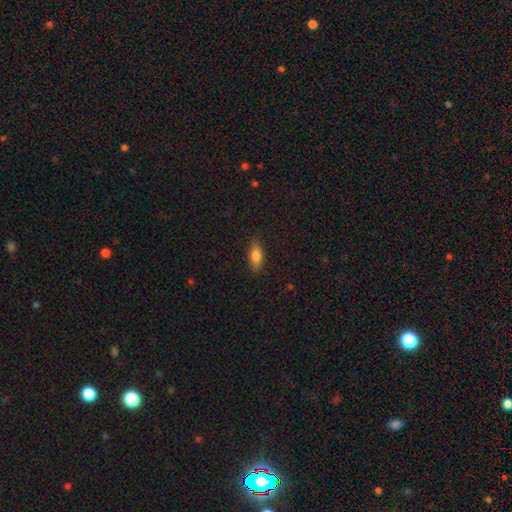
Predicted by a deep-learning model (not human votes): Overall: smooth (79%). How rounded: in between (77%). Merging: none (86%).